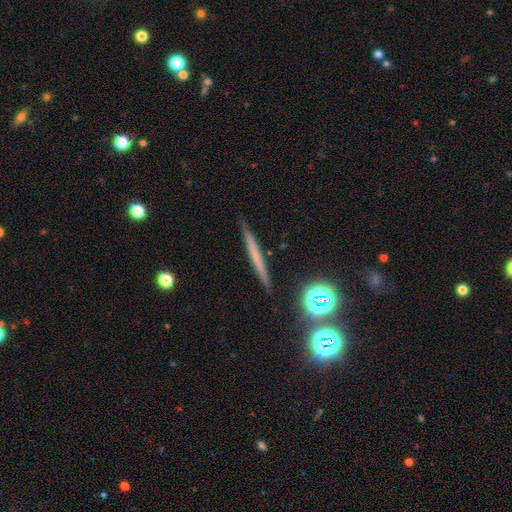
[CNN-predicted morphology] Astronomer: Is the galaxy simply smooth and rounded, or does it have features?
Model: smooth — 46% (runner-up: featured or disk, 41%).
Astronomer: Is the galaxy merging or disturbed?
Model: none — 90%.